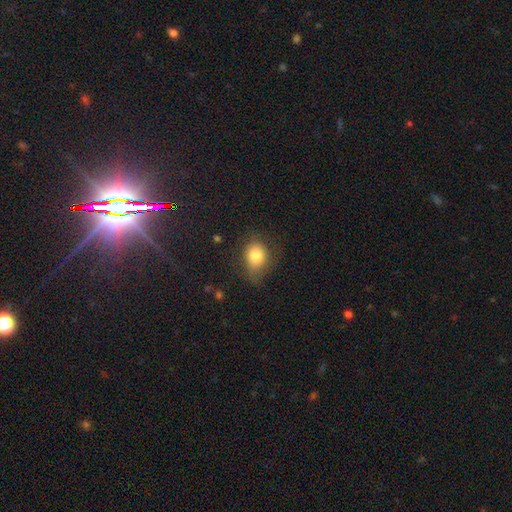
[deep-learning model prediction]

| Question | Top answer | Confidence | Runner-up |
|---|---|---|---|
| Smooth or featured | smooth | 80% | star or artifact (11%) |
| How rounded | round | 50% | in between (49%) |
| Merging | none | 62% | minor disturbance (26%) |